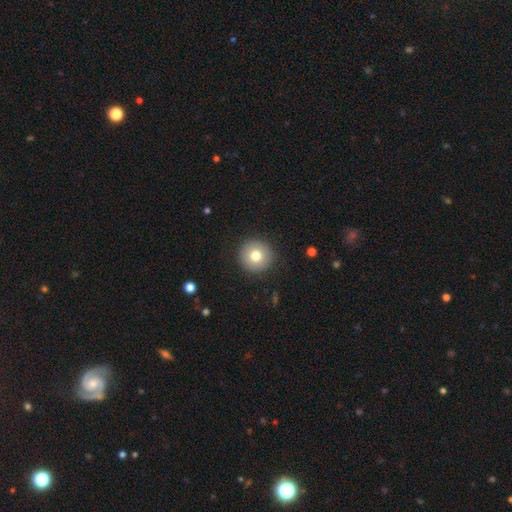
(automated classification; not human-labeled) A smooth galaxy with no disk features (76%) that is round (96%).

Vote fractions:
- Smooth or featured? smooth: 76% / featured or disk: 15% / star or artifact: 9%
- How rounded? round: 96% / in between: 3% / cigar-shaped: 1%
- Merging? none: 92% / minor disturbance: 5% / major disturbance: 2% / merger: 1%